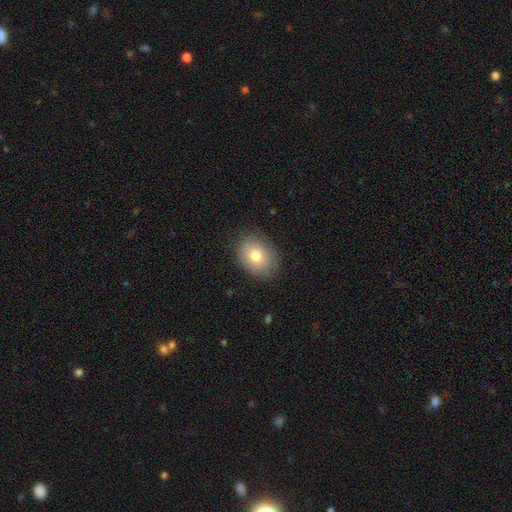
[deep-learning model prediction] Overall: smooth (74%). How rounded: in between (68%; round 32%). Merging: none (82%).